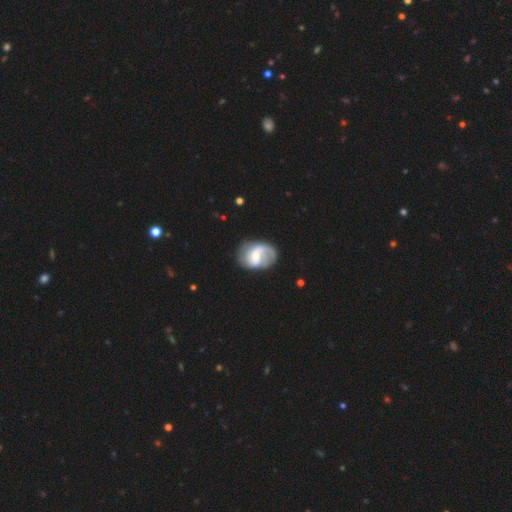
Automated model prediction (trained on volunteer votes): Smooth or featured? featured or disk (76%)
Edge-on disk? no (98%)
Bar? weak (51%)
Spiral arms? yes (90%)
Spiral winding? loose (40%)
Spiral arm count? 2 (56%)
Bulge size? small (45%)
Merging? none (58%)